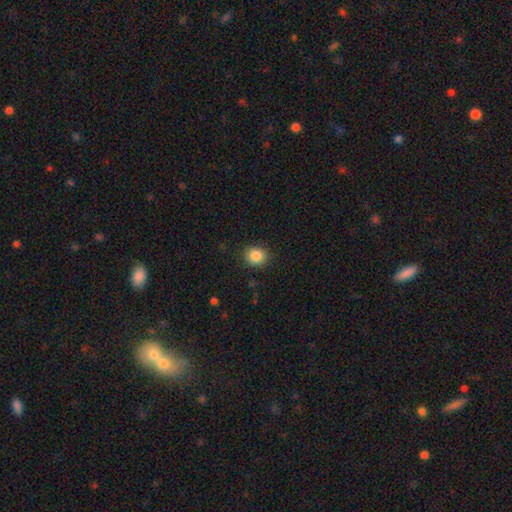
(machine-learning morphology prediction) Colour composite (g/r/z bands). It shows a smooth galaxy with no disk features (87%) that is round (80%). Merging: none (88%).